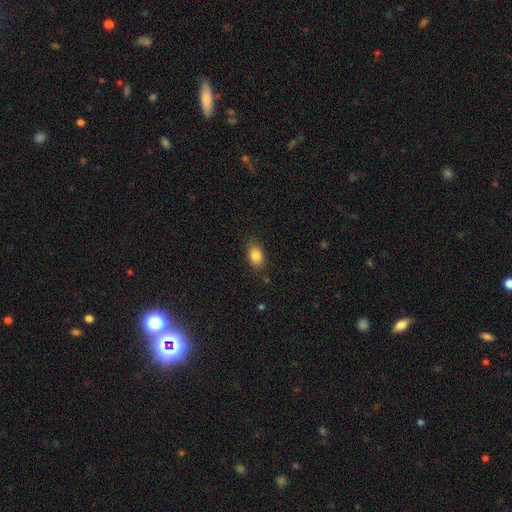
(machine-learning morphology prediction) This appears to be a smooth galaxy with no disk features (84%) that is in between round and cigar-shaped (86%). Merging: none (82%).